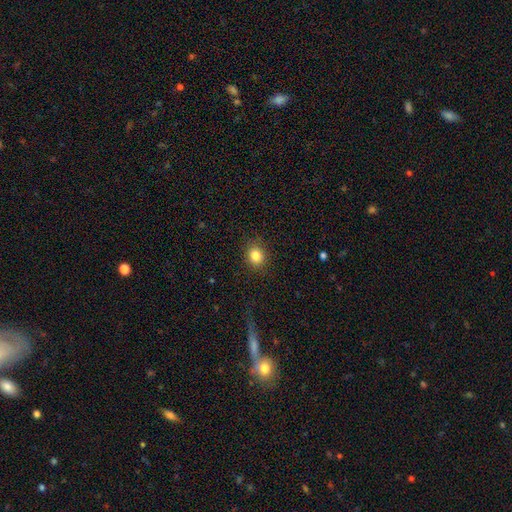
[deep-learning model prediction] smooth 84%, star or artifact 11%, featured or disk 5%. Down the decision tree: how rounded — round (73%); merging — none (89%).